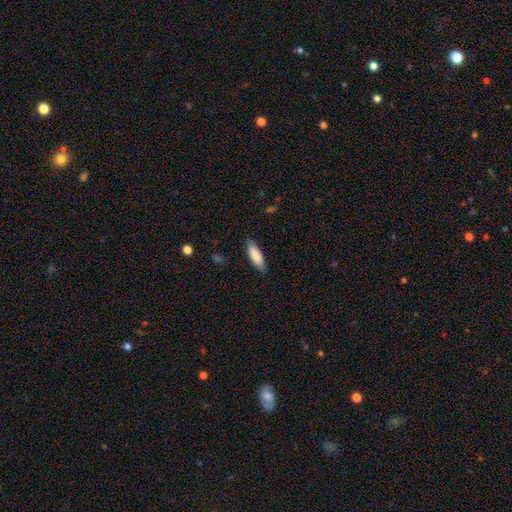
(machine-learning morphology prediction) type=smooth (83%); roundness=in between (54%); merging=none (84%).